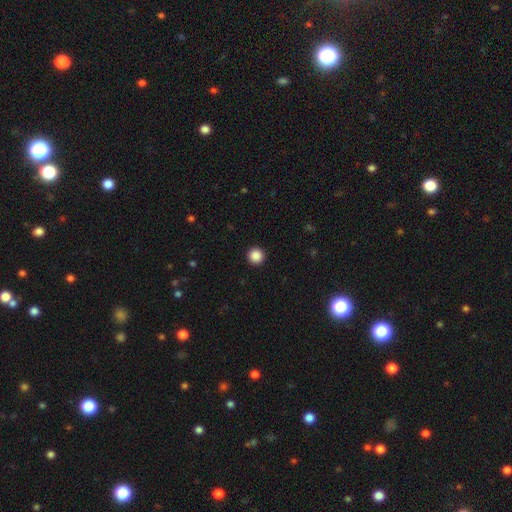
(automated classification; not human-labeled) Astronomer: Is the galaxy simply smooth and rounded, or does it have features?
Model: smooth — 88%.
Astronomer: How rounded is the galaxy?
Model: round — 96%.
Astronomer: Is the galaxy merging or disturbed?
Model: none — 93%.